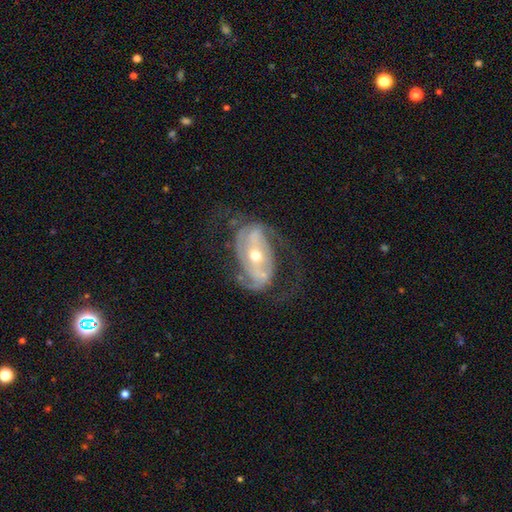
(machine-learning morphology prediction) smooth_or_featured: featured or disk (p=0.86) [alt: smooth p=0.08]
disk_edge_on: no (p=0.95) [alt: yes p=0.05]
bar: no (p=0.35) [alt: strong p=0.34]
has_spiral_arms: yes (p=0.93) [alt: no p=0.07]
spiral_winding: medium (p=0.45) [alt: tight p=0.30]
spiral_arm_count: 2 (p=0.67) [alt: 3 p=0.12]
bulge_size: moderate (p=0.57) [alt: small p=0.38]
merging: none (p=0.56) [alt: major disturbance p=0.24]